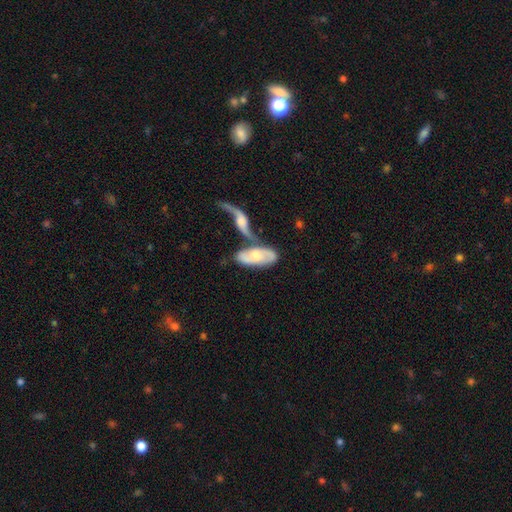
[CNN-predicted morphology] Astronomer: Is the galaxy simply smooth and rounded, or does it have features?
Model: featured or disk — 62%.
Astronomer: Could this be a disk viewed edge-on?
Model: no — 85%.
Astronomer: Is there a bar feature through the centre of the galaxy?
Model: no — 59%.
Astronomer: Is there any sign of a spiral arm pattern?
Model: yes — 80%.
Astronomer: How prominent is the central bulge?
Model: moderate — 51% (runner-up: small, 27%).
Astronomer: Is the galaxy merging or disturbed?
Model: merger — 57%.